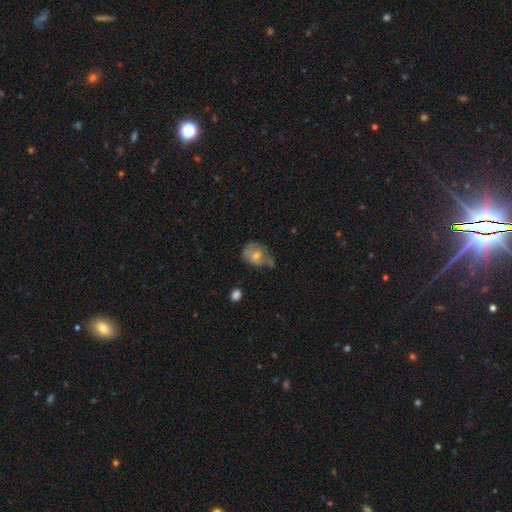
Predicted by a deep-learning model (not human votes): Smooth or featured? Predicted: smooth (p=0.54). How rounded? Predicted: in between (p=0.57). Merging? Predicted: none (p=0.35, tied with minor disturbance).